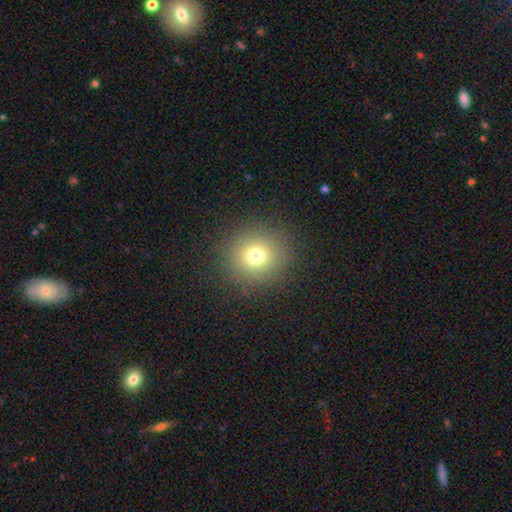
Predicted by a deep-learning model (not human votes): This appears to be a smooth galaxy with no disk features (74%) that is round (89%). Merging: none (88%).